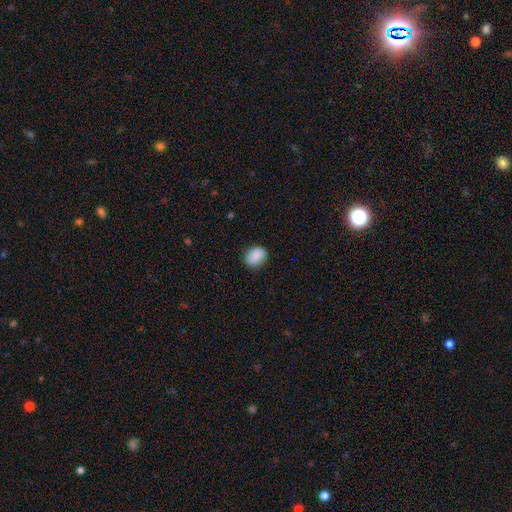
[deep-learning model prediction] smooth 74%, featured or disk 18%, star or artifact 9%. Down the decision tree: how rounded — round (59%); merging — none (77%).